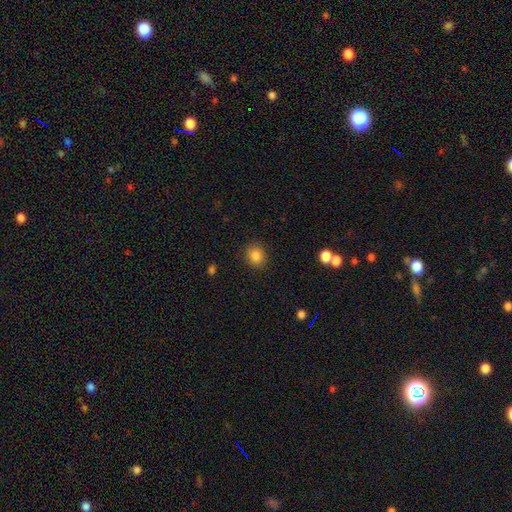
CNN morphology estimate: This is clearly a smooth galaxy (85%). How rounded: likely round (73%). Merging: clearly none (89%).